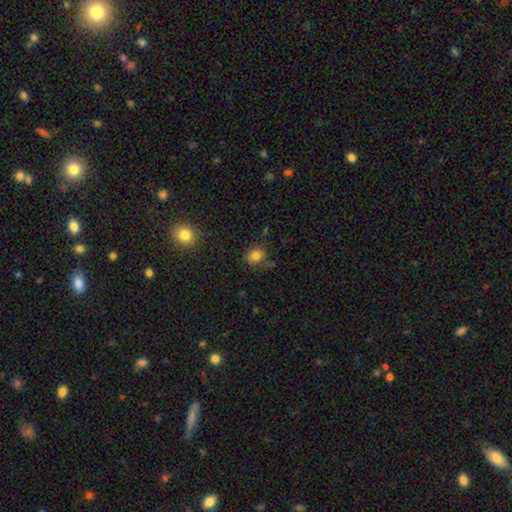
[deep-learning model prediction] Smooth or featured? smooth (80%)
How rounded? round (70%)
Merging? none (73%)